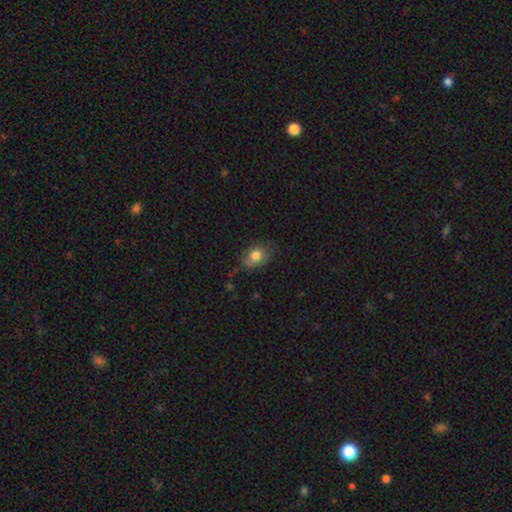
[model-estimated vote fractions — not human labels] This is likely a smooth galaxy (79%). How rounded: likely in between (63%). Merging: likely none (71%).